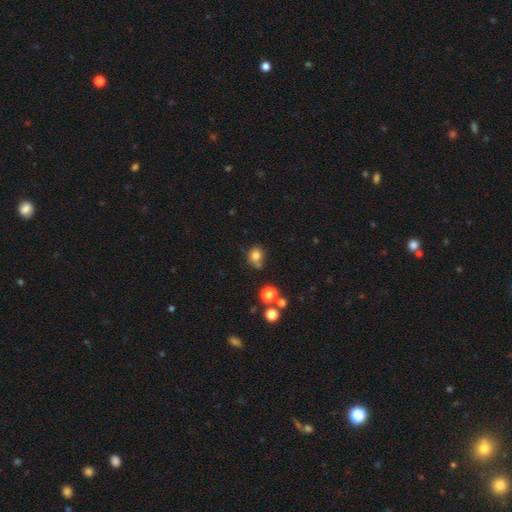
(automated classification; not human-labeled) A smooth galaxy with no disk features (79%) that is round (68%). Merging: none (56%).